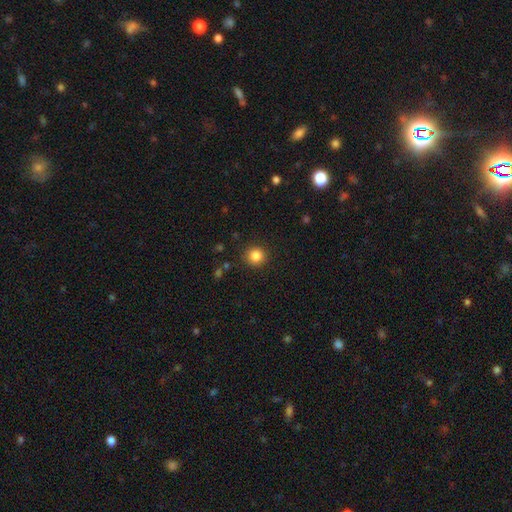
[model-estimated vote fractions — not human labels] This appears to be a smooth galaxy with no disk features (85%) that is round (93%). Merging: none (90%).